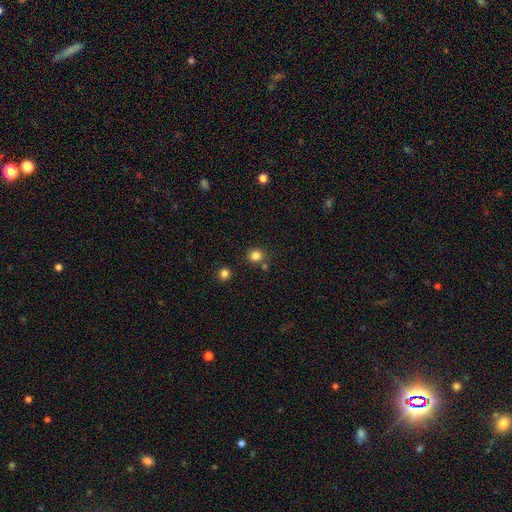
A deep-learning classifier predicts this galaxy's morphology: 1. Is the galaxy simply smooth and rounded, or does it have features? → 82% smooth, 13% star or artifact, 4% featured or disk.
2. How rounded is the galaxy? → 84% round, 15% in between, 1% cigar-shaped.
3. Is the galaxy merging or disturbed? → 79% none, 9% minor disturbance, 9% merger, 3% major disturbance.